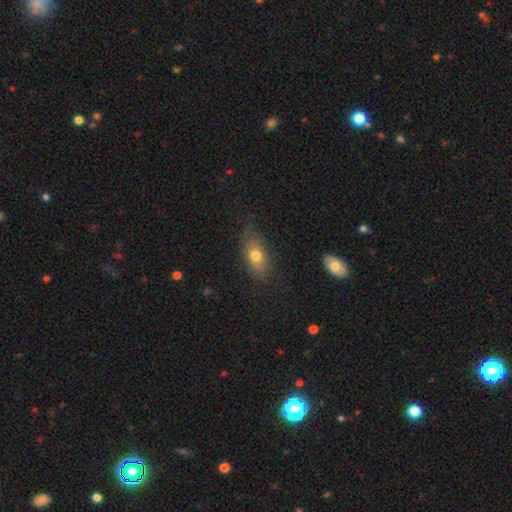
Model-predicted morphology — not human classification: A smooth galaxy with no disk features (73%) that is in between round and cigar-shaped (80%). Merging: none (71%).